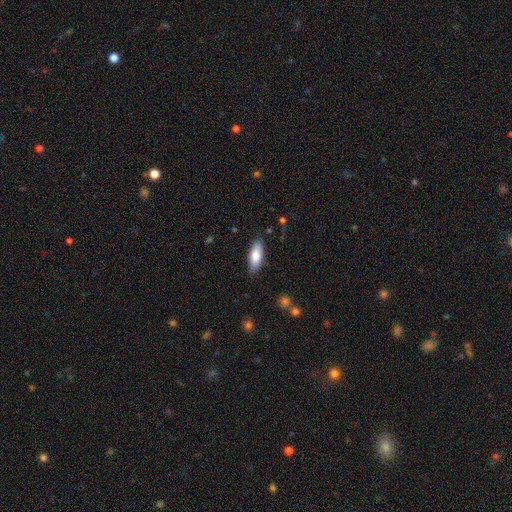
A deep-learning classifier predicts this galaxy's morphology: Smooth or featured?
  - smooth: 81% *
  - featured or disk: 13%
  - star or artifact: 6%
How rounded?
  - in between: 72% *
  - cigar-shaped: 26%
  - round: 2%
Merging?
  - none: 85% *
  - minor disturbance: 11%
  - major disturbance: 2%
  - merger: 1%